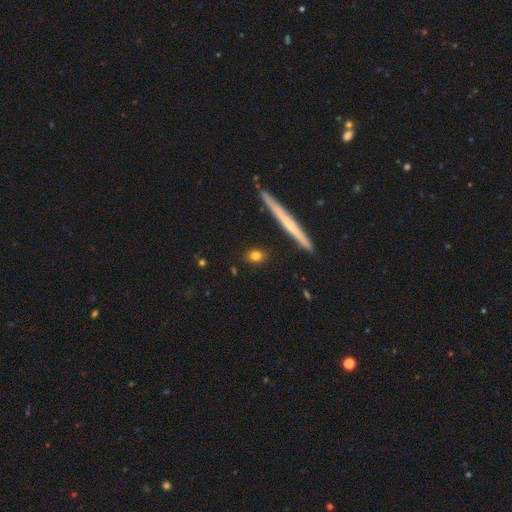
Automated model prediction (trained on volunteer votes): smooth_or_featured: smooth (p=0.77) [alt: featured or disk p=0.14]
how_rounded: round (p=0.42) [alt: in between p=0.39]
merging: none (p=0.87) [alt: minor disturbance p=0.09]